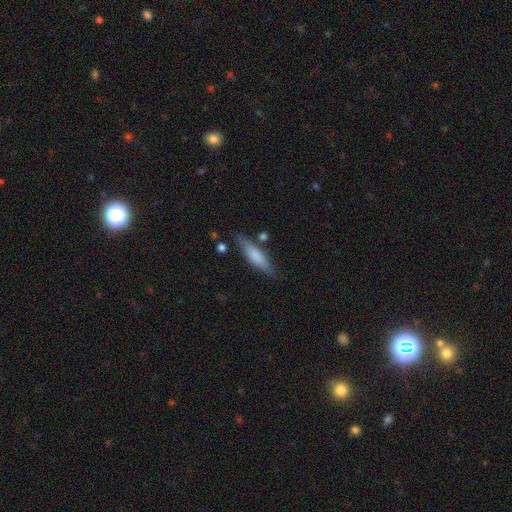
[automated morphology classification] smooth-or-featured: smooth: 73% | featured or disk: 21% | star or artifact: 6%
  how-rounded: cigar-shaped: 70% | in between: 28% | round: 2%
  merging: none: 77% | minor disturbance: 15% | merger: 5% | major disturbance: 4%